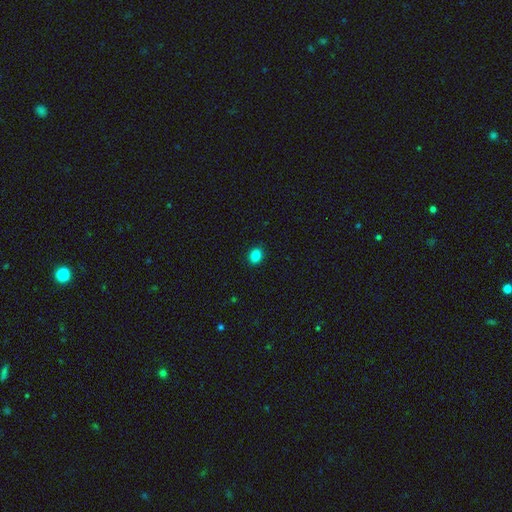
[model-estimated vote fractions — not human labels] Smooth or featured: smooth — 85% (star or artifact — 11%)
How rounded: in between — 51% (round — 48%)
Merging: none — 91% (minor disturbance — 7%)